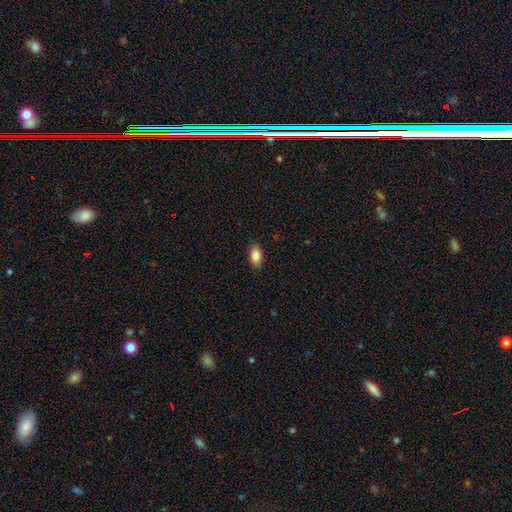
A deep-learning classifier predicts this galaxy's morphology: Overall: smooth (86%). How rounded: in between (91%). Merging: none (88%).